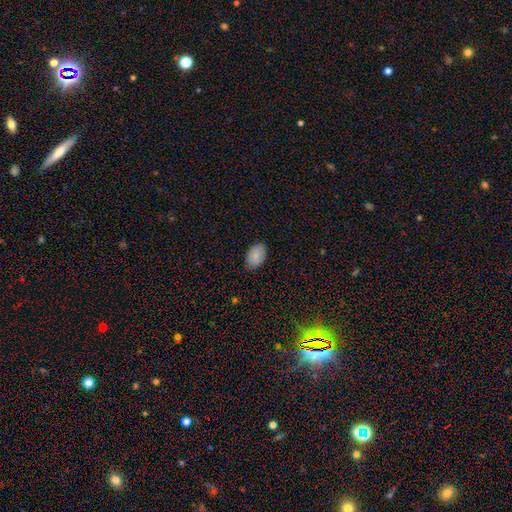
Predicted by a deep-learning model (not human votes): This appears to be a smooth galaxy with no disk features (86%) that is in between round and cigar-shaped (91%). Merging: none (82%).